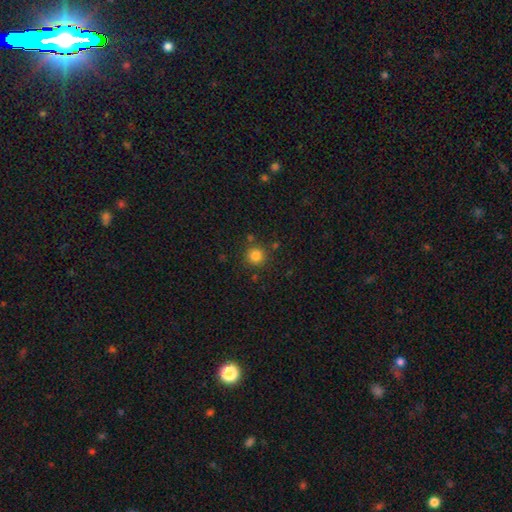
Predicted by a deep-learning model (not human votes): smooth_or_featured: smooth (p=0.83) [alt: star or artifact p=0.13]
how_rounded: round (p=0.94) [alt: in between p=0.05]
merging: none (p=0.84) [alt: minor disturbance p=0.08]